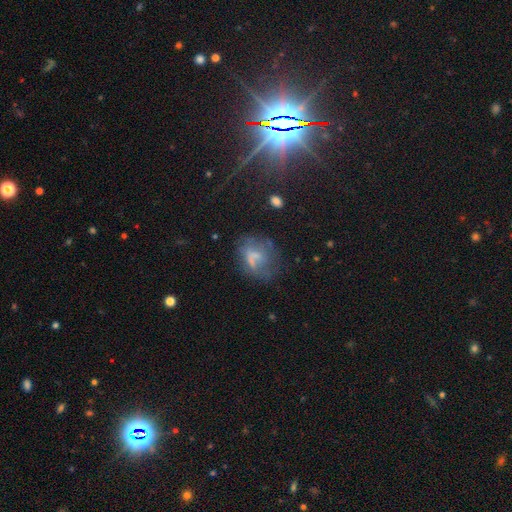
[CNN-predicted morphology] A smooth galaxy with no disk features (44%).

Vote fractions:
- Smooth or featured? smooth: 44% / featured or disk: 39% / star or artifact: 17%
- Merging? none: 48% / minor disturbance: 24% / major disturbance: 22% / merger: 6%